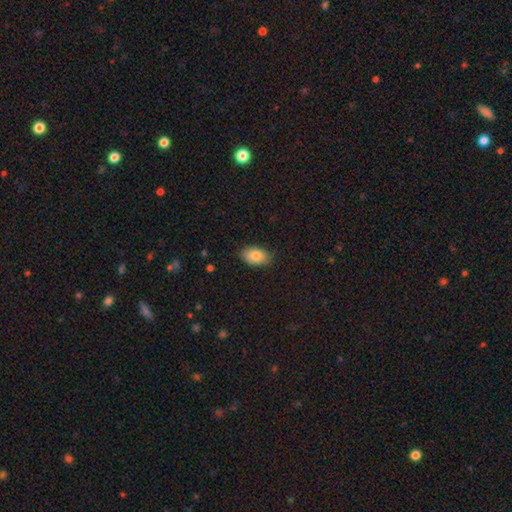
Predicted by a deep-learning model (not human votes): Overall: smooth (82%). How rounded: in between (91%). Merging: none (84%).